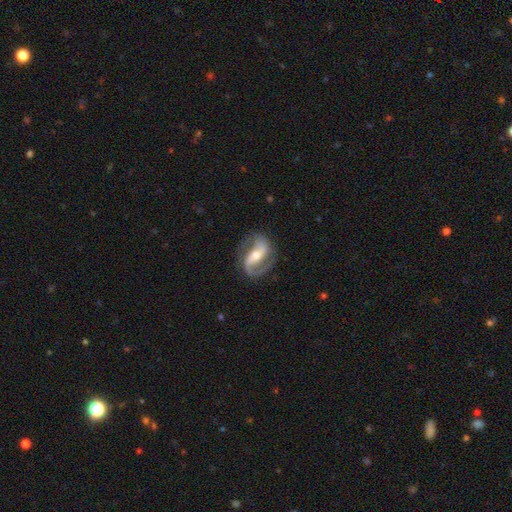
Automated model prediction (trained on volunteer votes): Smooth or featured? Predicted: featured or disk (p=0.89). Edge-on disk? Predicted: no (p=0.97). Bar? Predicted: strong (p=0.44). Spiral arms? Predicted: yes (p=0.97). Spiral winding? Predicted: medium (p=0.50). Spiral arm count? Predicted: 2 (p=0.90). Bulge size? Predicted: moderate (p=0.54). Merging? Predicted: none (p=0.80).